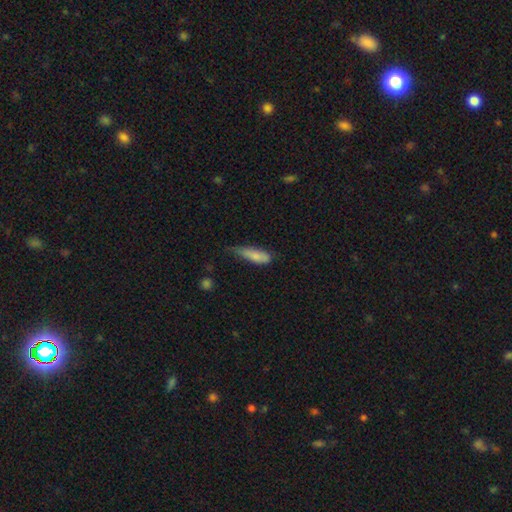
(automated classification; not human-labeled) This appears to be a smooth galaxy with no disk features (79%) that is in between round and cigar-shaped (52%). Merging: minor disturbance (47%).